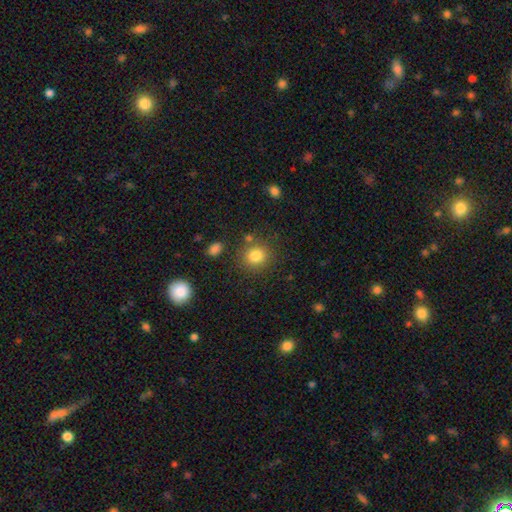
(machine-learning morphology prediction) This is clearly a smooth galaxy (82%). How rounded: clearly round (84%). Merging: clearly none (81%).